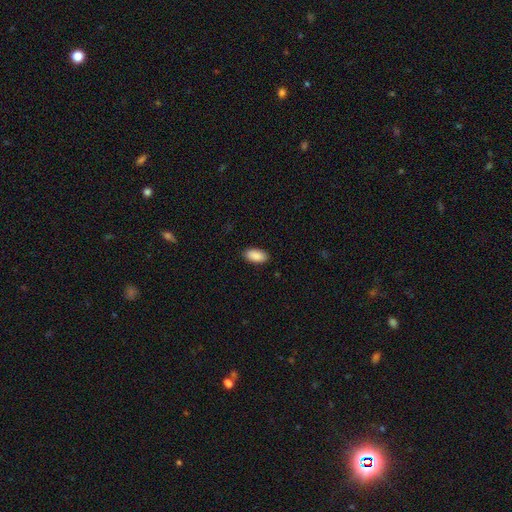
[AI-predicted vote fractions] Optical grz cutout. It shows a smooth galaxy with no disk features (91%) that is in between round and cigar-shaped (94%). Merging: none (89%).